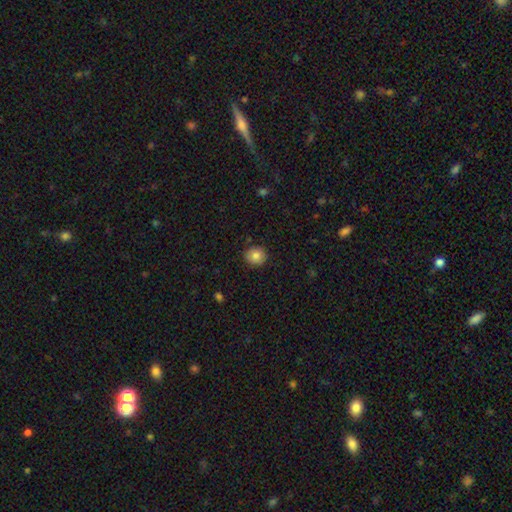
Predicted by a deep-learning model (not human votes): smooth 83%, star or artifact 9%, featured or disk 8%. Down the decision tree: how rounded — round (90%); merging — none (89%).